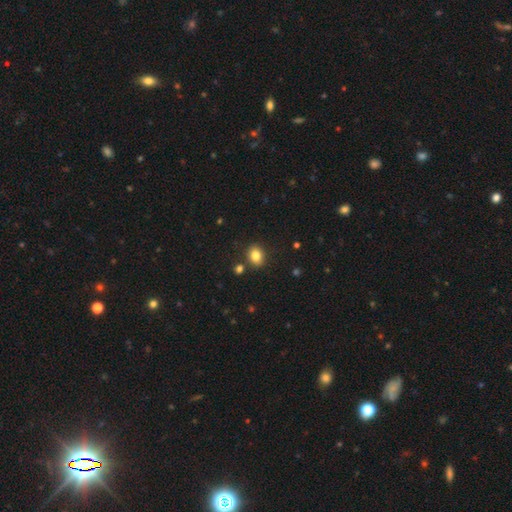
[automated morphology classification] type=smooth (83%); roundness=in between (52%); merging=none (83%).